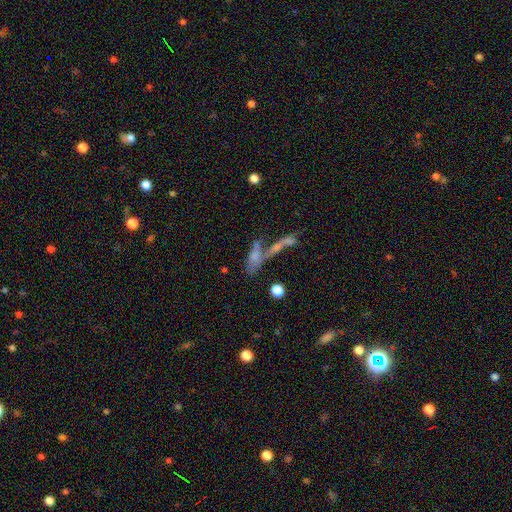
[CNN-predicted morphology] This is possibly a smooth galaxy (56%). How rounded: possibly in between (48%). Merging: possibly merger (55%).